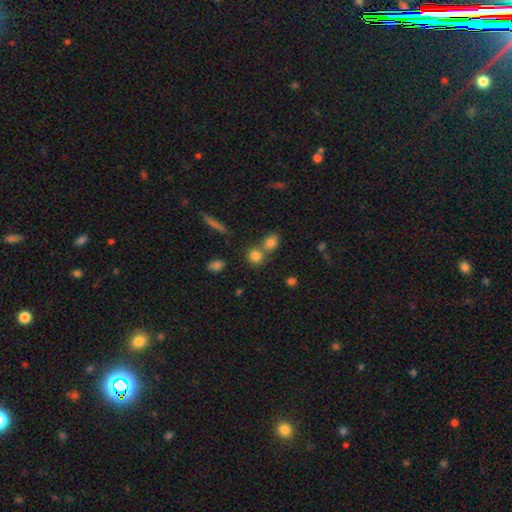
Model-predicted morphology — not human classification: Smooth or featured?
  - smooth: 80% *
  - star or artifact: 11%
  - featured or disk: 8%
How rounded?
  - round: 75% *
  - in between: 23%
  - cigar-shaped: 3%
Merging?
  - none: 53% *
  - merger: 36%
  - minor disturbance: 8%
  - major disturbance: 3%